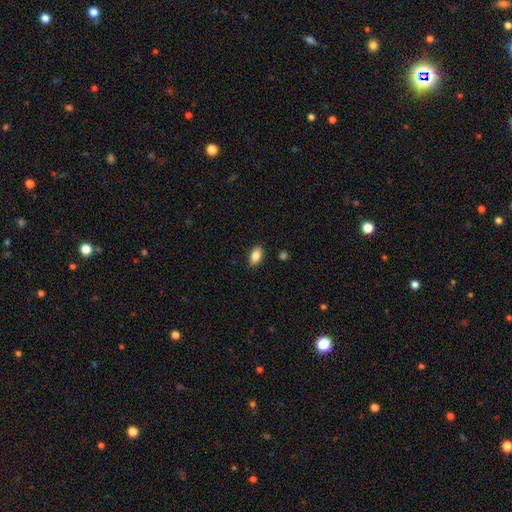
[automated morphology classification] smooth_or_featured: smooth (p=0.83) [alt: featured or disk p=0.09]
how_rounded: in between (p=0.90) [alt: round p=0.06]
merging: none (p=0.87) [alt: minor disturbance p=0.09]